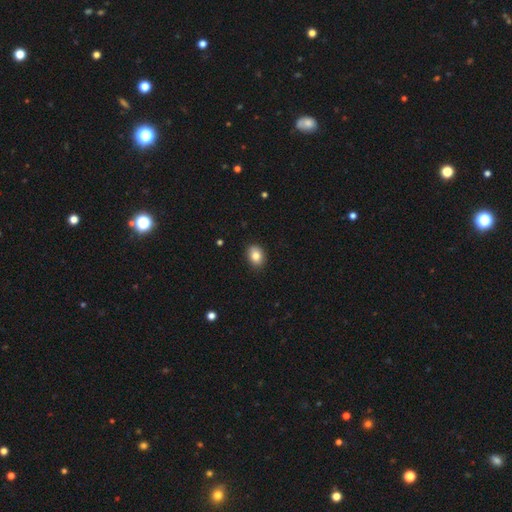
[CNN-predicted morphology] Smooth or featured? Predicted: smooth (p=0.83). How rounded? Predicted: in between (p=0.67). Merging? Predicted: none (p=0.87).